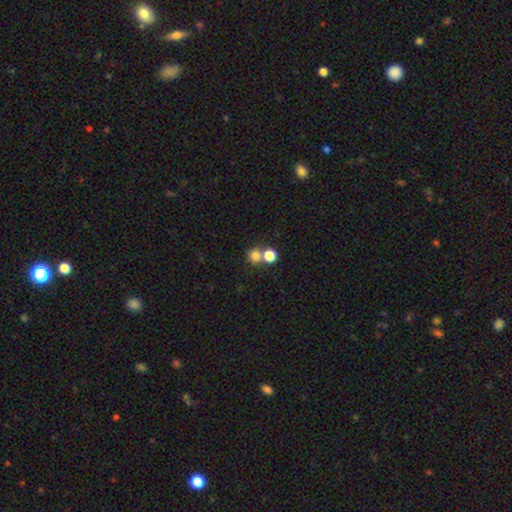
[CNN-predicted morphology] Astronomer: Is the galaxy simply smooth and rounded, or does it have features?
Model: smooth — 78%.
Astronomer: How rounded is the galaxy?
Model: round — 85%.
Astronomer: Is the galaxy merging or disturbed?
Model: none — 54% (runner-up: merger, 37%).